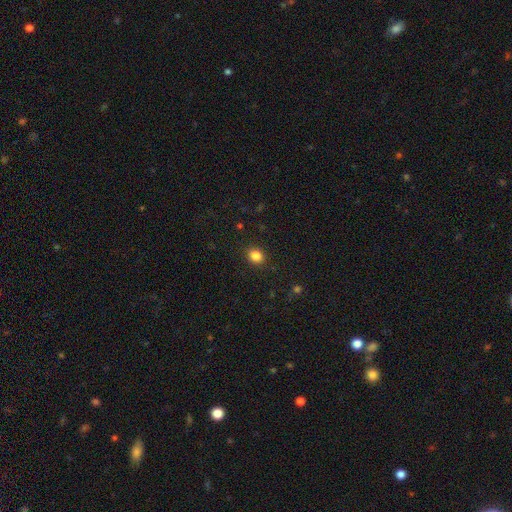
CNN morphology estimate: Smooth or featured: smooth — 85% (star or artifact — 11%)
How rounded: round — 64% (in between — 35%)
Merging: none — 89% (minor disturbance — 7%)